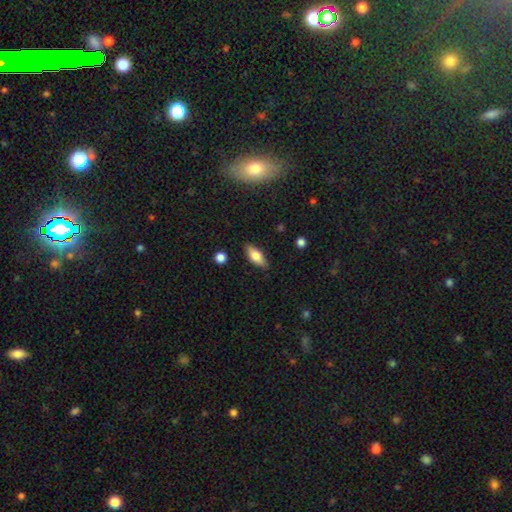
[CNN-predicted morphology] The model was most divided on "smooth or featured": smooth: 75%, featured or disk: 18%, star or artifact: 7%. More confident: merging — none (84%); how rounded — in between (79%).